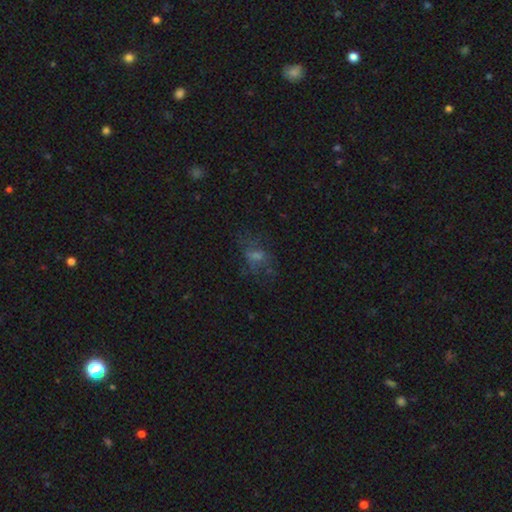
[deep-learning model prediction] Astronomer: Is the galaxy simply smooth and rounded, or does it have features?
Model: smooth — 41% (runner-up: featured or disk, 32%).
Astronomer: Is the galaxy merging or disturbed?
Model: none — 54%.